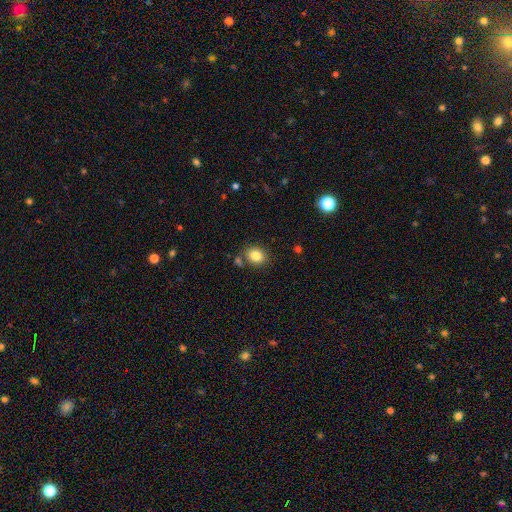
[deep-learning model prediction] Morphology: type=smooth (84%); roundness=round (58%); merging=none (76%).